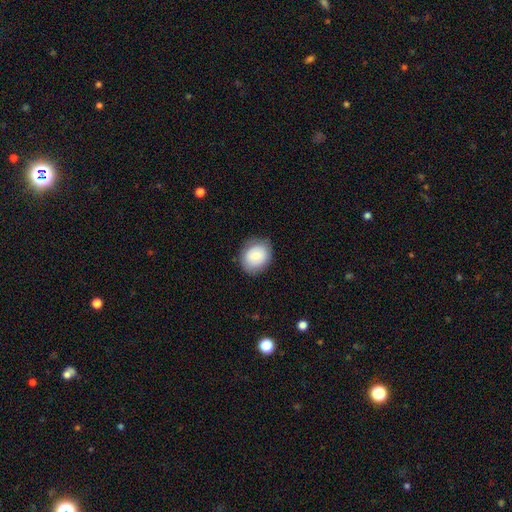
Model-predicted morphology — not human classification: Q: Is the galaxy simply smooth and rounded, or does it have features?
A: smooth — 77%.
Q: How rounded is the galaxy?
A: round — 59%.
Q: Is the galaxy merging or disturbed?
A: none — 80%.